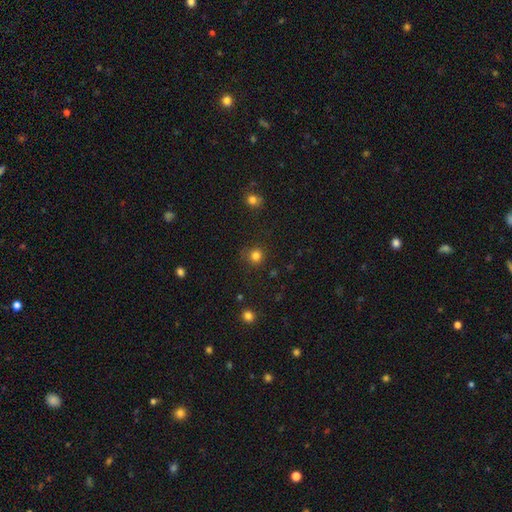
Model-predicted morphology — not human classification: The model was most divided on "smooth or featured": smooth: 82%, star or artifact: 14%, featured or disk: 4%. More confident: how rounded — round (91%); merging — none (84%).